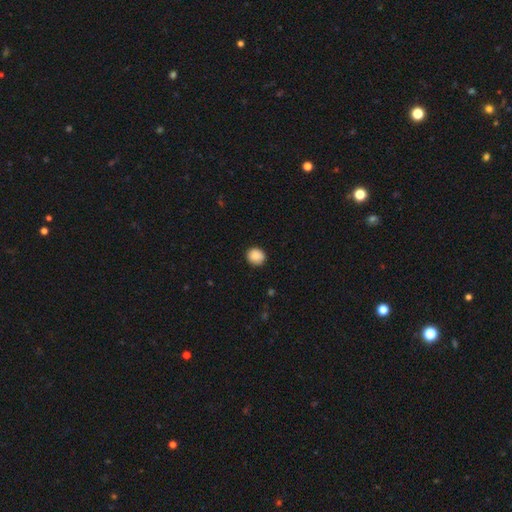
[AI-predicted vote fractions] The model was most divided on "how rounded": round: 86%, in between: 13%, cigar-shaped: 1%. More confident: smooth or featured — smooth (87%); merging — none (85%).